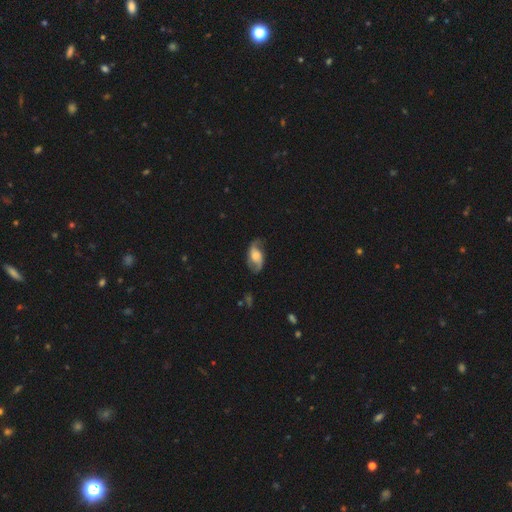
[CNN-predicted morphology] This is likely a featured or disk galaxy (70%). It is clearly not viewed edge-on (95%). Bar: possibly no (53%). Spiral arm pattern: clearly yes (91%). Spiral arm count: clearly 2 (88%). Spiral winding: possibly loose (55%). Central bulge: marginally moderate (41%). Merging: likely none (70%).